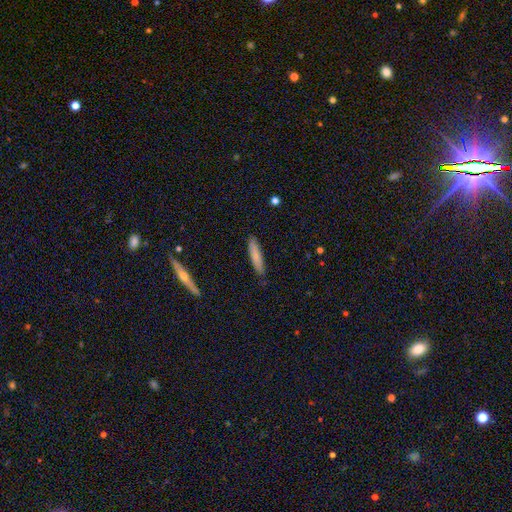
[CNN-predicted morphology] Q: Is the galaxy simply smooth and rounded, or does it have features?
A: smooth — 78%.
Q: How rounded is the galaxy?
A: cigar-shaped — 87%.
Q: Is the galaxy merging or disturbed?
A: none — 86%.